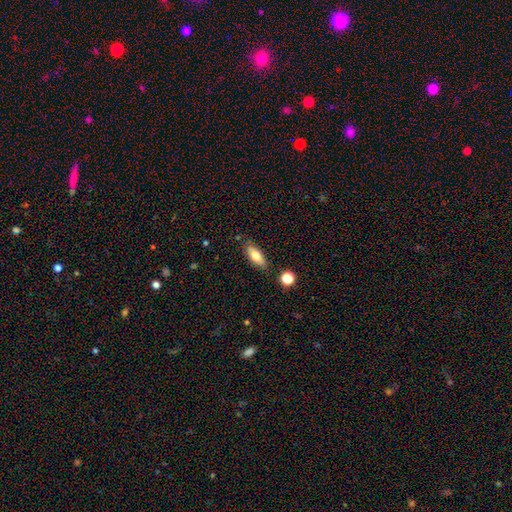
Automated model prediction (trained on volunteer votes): Smooth or featured: smooth — 73% (featured or disk — 20%)
How rounded: in between — 71% (cigar-shaped — 26%)
Merging: none — 81% (minor disturbance — 13%)